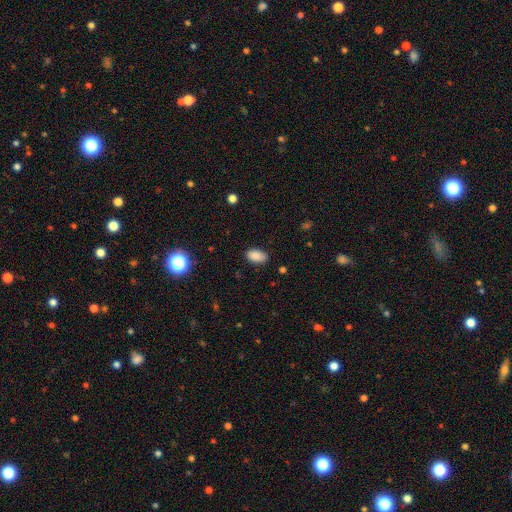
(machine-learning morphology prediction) This appears to be a smooth galaxy with no disk features (86%) that is in between round and cigar-shaped (93%). Merging: none (83%).